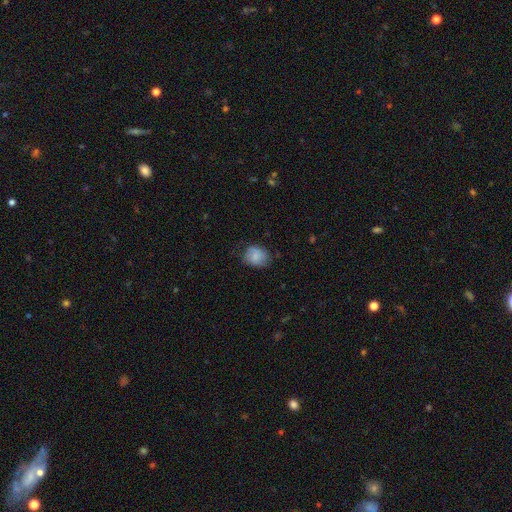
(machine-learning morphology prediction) Smooth or featured? smooth (79%)
How rounded? round (59%)
Merging? none (65%)